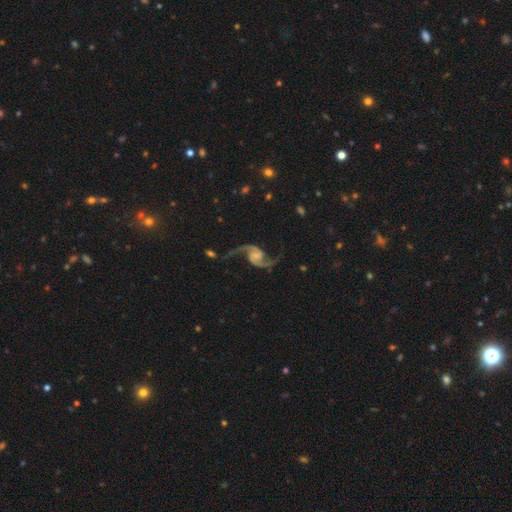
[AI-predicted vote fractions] smooth_or_featured: featured or disk (p=0.93) [alt: star or artifact p=0.04]
disk_edge_on: no (p=0.98) [alt: yes p=0.02]
bar: no (p=0.52) [alt: weak p=0.36]
has_spiral_arms: yes (p=0.98) [alt: no p=0.02]
spiral_winding: loose (p=0.73) [alt: medium p=0.22]
spiral_arm_count: 2 (p=0.95) [alt: 1 p=0.01]
bulge_size: none (p=0.54) [alt: small p=0.24]
merging: none (p=0.71) [alt: minor disturbance p=0.15]